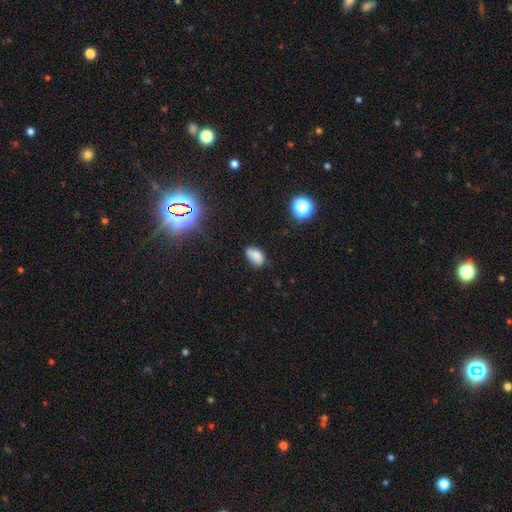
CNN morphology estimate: Overall: smooth (76%). How rounded: in between (89%). Merging: none (65%; minor disturbance 26%).